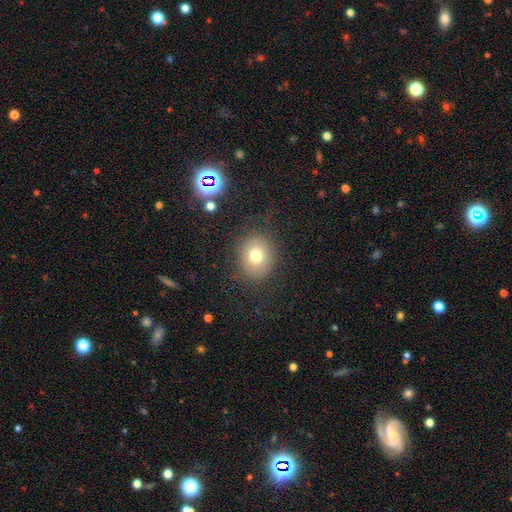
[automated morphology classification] Smooth or featured: smooth — 74% (featured or disk — 13%)
How rounded: round — 69% (in between — 30%)
Merging: none — 80% (minor disturbance — 12%)